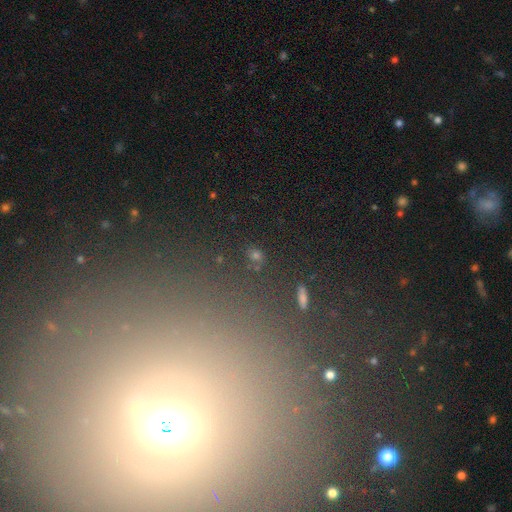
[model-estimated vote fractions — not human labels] Smooth or featured? Predicted: smooth (p=0.45). Merging? Predicted: none (p=0.80).